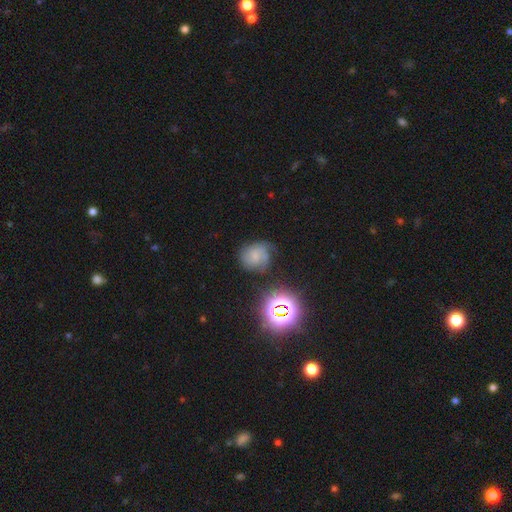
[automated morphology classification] This appears to be a smooth galaxy with no disk features (46%). Merging: none (53%).